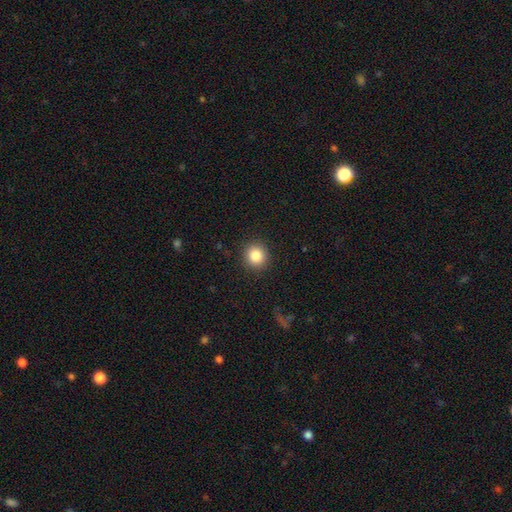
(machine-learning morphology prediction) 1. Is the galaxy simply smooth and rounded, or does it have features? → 85% smooth, 10% star or artifact, 5% featured or disk.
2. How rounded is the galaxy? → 92% round, 8% in between, 1% cigar-shaped.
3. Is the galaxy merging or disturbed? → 91% none, 6% minor disturbance, 2% major disturbance, 1% merger.